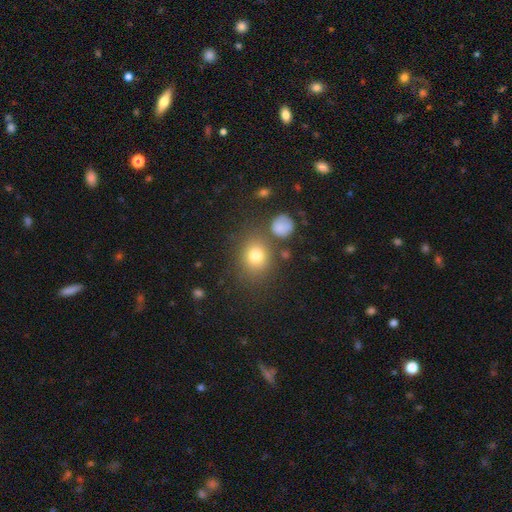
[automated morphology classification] A smooth galaxy with no disk features (78%) that is round (72%).

Vote fractions:
- Smooth or featured? smooth: 78% / star or artifact: 14% / featured or disk: 8%
- How rounded? round: 72% / in between: 26% / cigar-shaped: 1%
- Merging? none: 75% / minor disturbance: 11% / merger: 8% / major disturbance: 5%